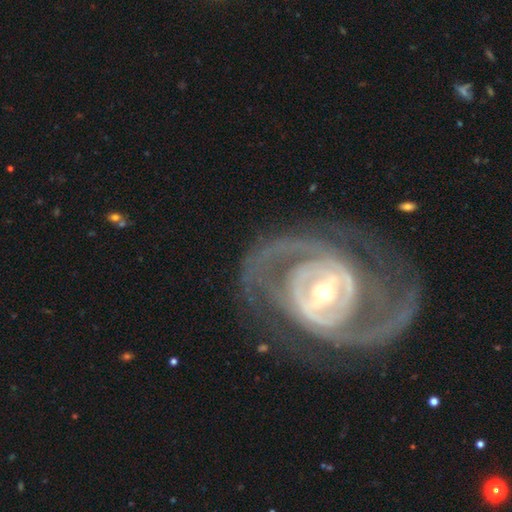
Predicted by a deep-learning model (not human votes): Smooth or featured? featured or disk (89%)
Edge-on disk? no (96%)
Bar? strong (47%)
Spiral arms? yes (90%)
Spiral winding? tight (53%)
Spiral arm count? 2 (54%)
Bulge size? moderate (52%)
Merging? none (63%)